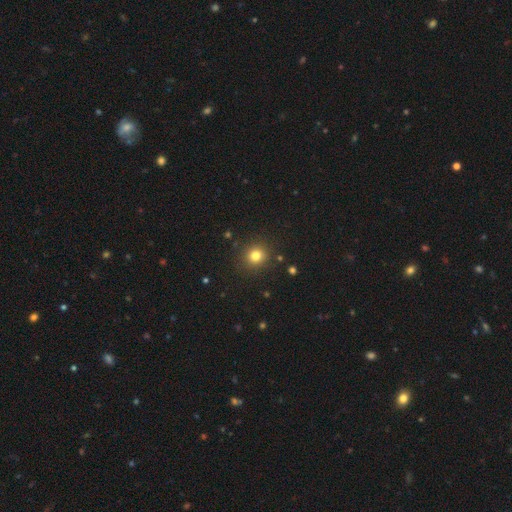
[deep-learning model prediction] Morphology: type=smooth (80%); roundness=round (90%); merging=none (89%).